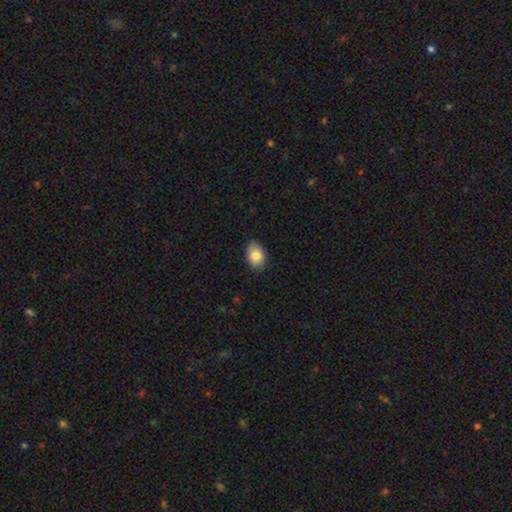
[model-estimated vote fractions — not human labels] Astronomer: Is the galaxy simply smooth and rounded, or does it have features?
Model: smooth — 84%.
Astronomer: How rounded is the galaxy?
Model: in between — 82%.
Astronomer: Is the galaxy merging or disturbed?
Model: none — 86%.